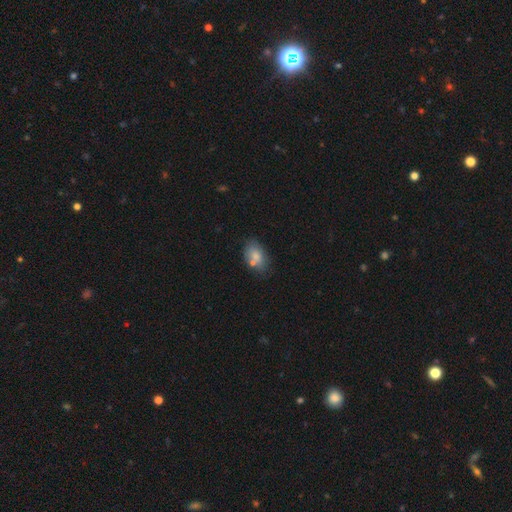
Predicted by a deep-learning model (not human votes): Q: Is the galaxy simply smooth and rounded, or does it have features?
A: smooth — 72%.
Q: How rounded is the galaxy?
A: in between — 83%.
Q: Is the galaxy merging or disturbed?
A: none — 63%.